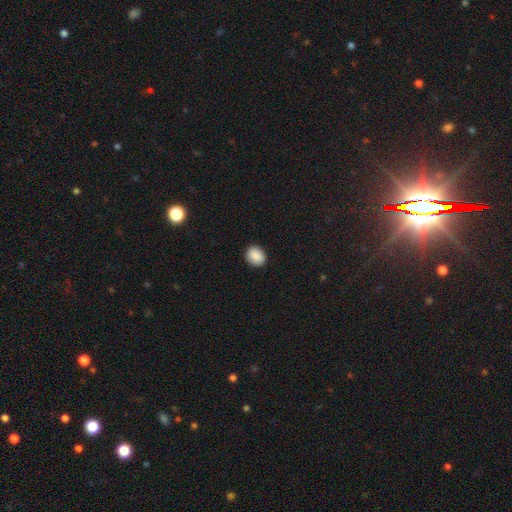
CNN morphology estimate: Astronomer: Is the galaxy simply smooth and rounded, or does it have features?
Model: smooth — 90%.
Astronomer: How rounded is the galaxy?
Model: round — 54% (runner-up: in between, 45%).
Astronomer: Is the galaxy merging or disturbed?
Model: none — 90%.